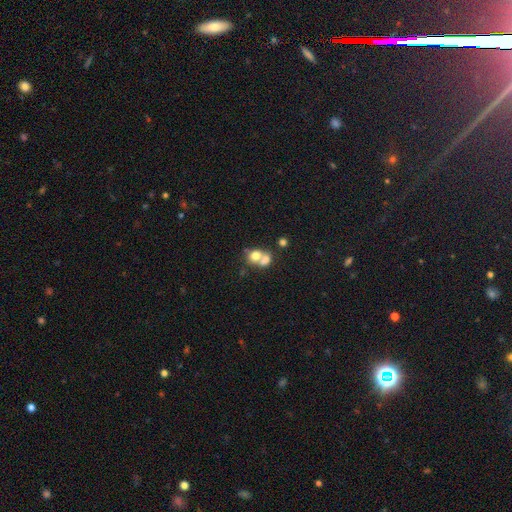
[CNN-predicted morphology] Smooth or featured? Predicted: smooth (p=0.69). How rounded? Predicted: round (p=0.58). Merging? Predicted: merger (p=0.64).